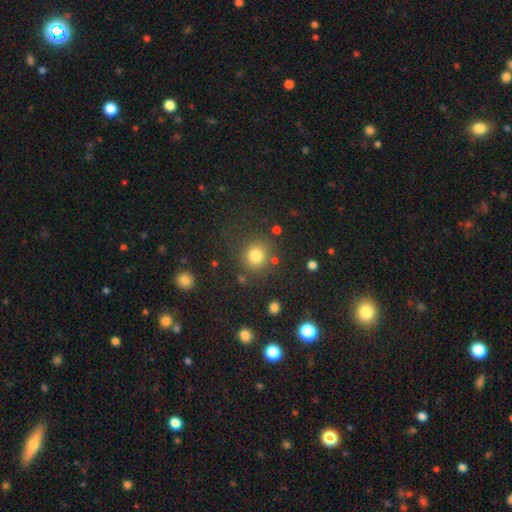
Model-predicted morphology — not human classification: Smooth or featured? Predicted: smooth (p=0.79). How rounded? Predicted: round (p=0.87). Merging? Predicted: none (p=0.81).